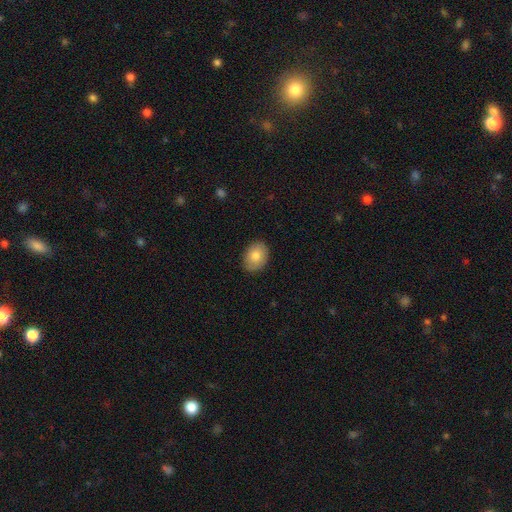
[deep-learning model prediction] The model was most divided on "how rounded": in between: 71%, round: 29%, cigar-shaped: 1%. More confident: merging — none (86%); smooth or featured — smooth (81%).